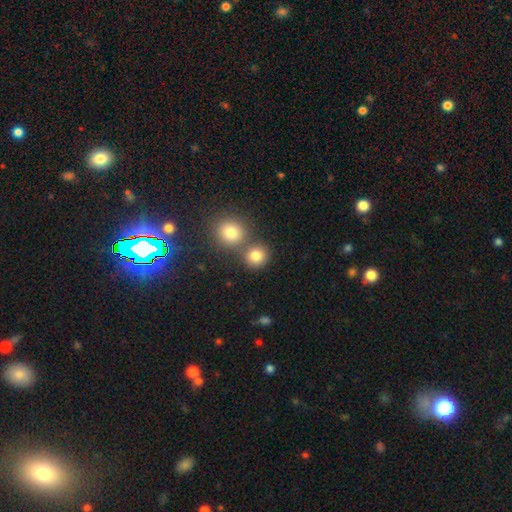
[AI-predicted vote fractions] Overall: smooth (81%). How rounded: round (89%). Merging: none (61%; merger 29%).